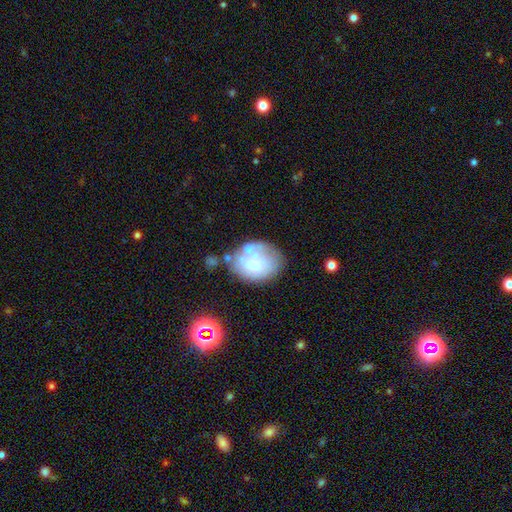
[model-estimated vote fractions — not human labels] Morphology: type=featured or disk (45%, tied with smooth); merging=none (45%).